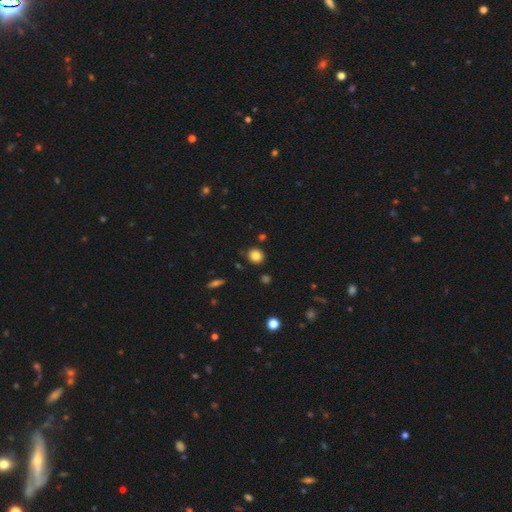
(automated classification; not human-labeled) The model was most divided on "how rounded": round: 81%, in between: 18%, cigar-shaped: 1%. More confident: merging — none (87%); smooth or featured — smooth (84%).